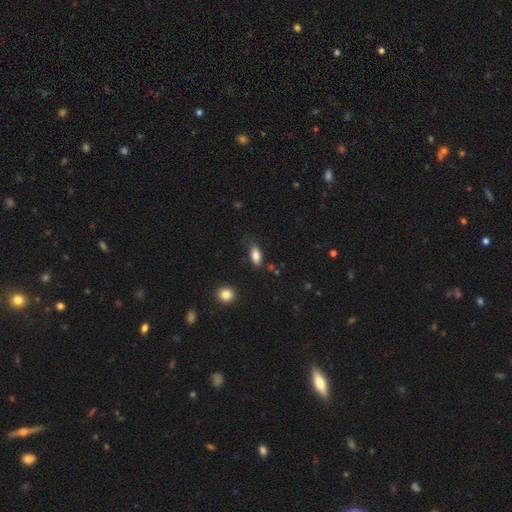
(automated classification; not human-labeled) This appears to be a smooth galaxy with no disk features (82%) that is in between round and cigar-shaped (87%). Merging: none (76%).